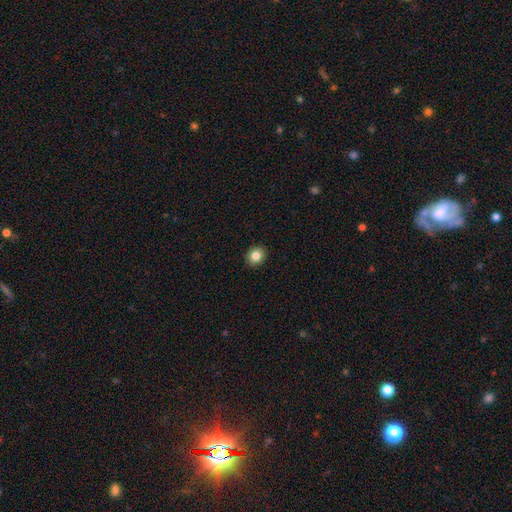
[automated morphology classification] A smooth galaxy with no disk features (84%) that is round (71%). Merging: none (91%).